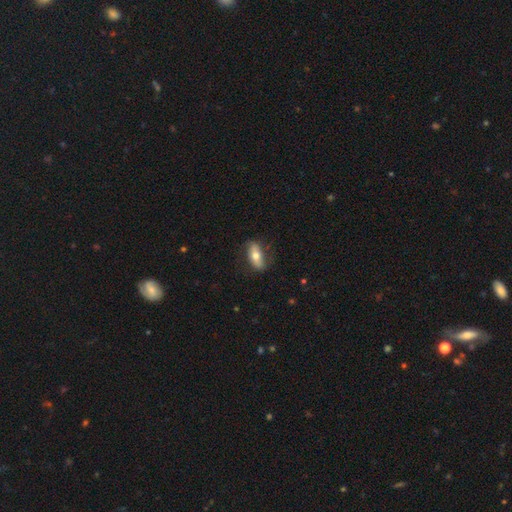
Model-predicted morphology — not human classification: Smooth or featured?
  - smooth: 58% *
  - featured or disk: 36%
  - star or artifact: 6%
How rounded?
  - in between: 78% *
  - cigar-shaped: 18%
  - round: 4%
Merging?
  - none: 75% *
  - minor disturbance: 18%
  - major disturbance: 6%
  - merger: 1%